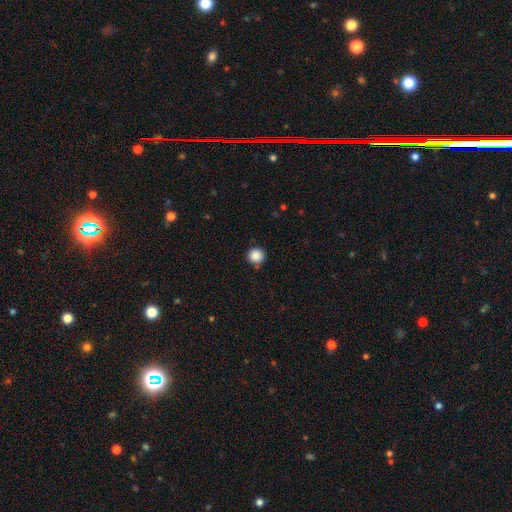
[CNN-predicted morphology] Smooth or featured? Predicted: smooth (p=0.87). How rounded? Predicted: round (p=0.95). Merging? Predicted: none (p=0.88).